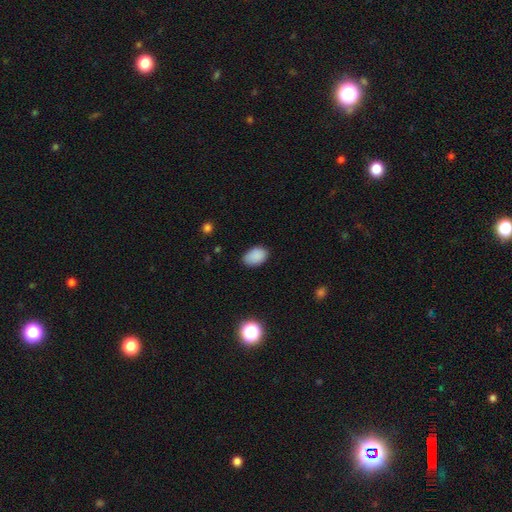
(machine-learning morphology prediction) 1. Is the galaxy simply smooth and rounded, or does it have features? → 87% smooth, 9% star or artifact, 4% featured or disk.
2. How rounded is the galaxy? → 87% in between, 12% round, 1% cigar-shaped.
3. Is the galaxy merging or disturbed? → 80% none, 16% minor disturbance, 3% major disturbance, 1% merger.